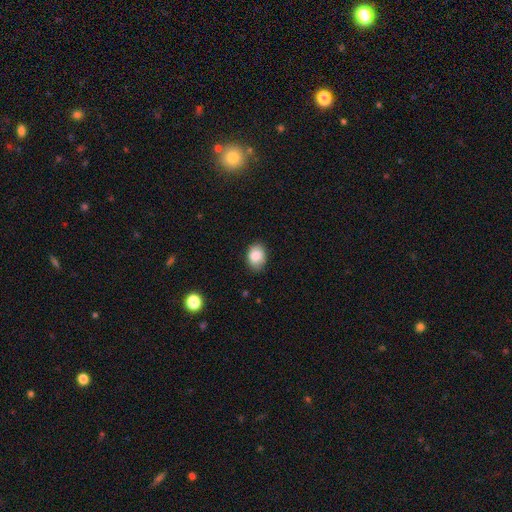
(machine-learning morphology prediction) Smooth or featured? Predicted: smooth (p=0.87). How rounded? Predicted: in between (p=0.72). Merging? Predicted: none (p=0.82).